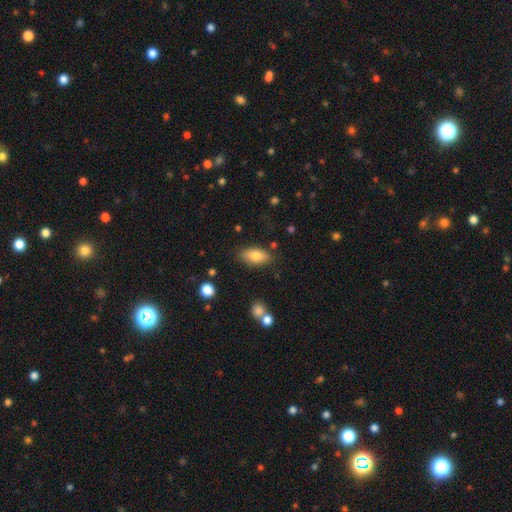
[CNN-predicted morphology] This is likely a smooth galaxy (78%). How rounded: clearly in between (89%). Merging: clearly none (81%).